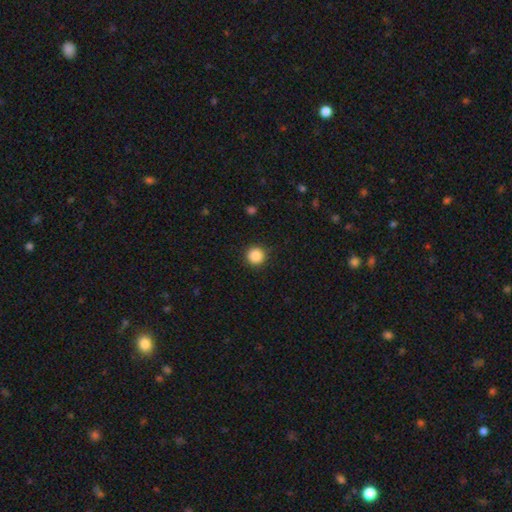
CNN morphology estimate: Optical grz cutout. It shows a smooth galaxy with no disk features (88%) that is round (95%). Merging: none (91%).